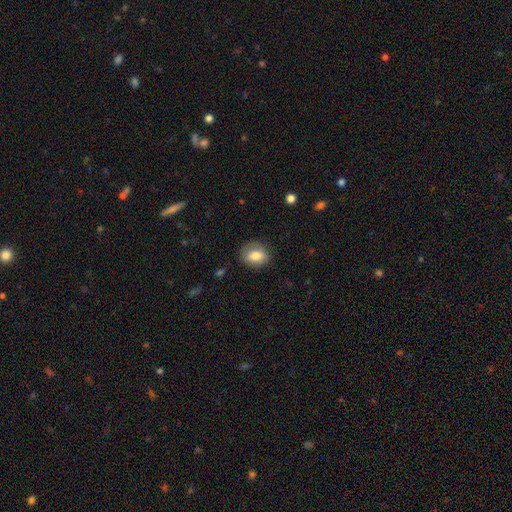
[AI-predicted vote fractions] A smooth galaxy with no disk features (78%) that is in between round and cigar-shaped (53%).

Vote fractions:
- Smooth or featured? smooth: 78% / featured or disk: 14% / star or artifact: 8%
- How rounded? in between: 53% / round: 46% / cigar-shaped: 1%
- Merging? none: 78% / minor disturbance: 16% / major disturbance: 5% / merger: 1%